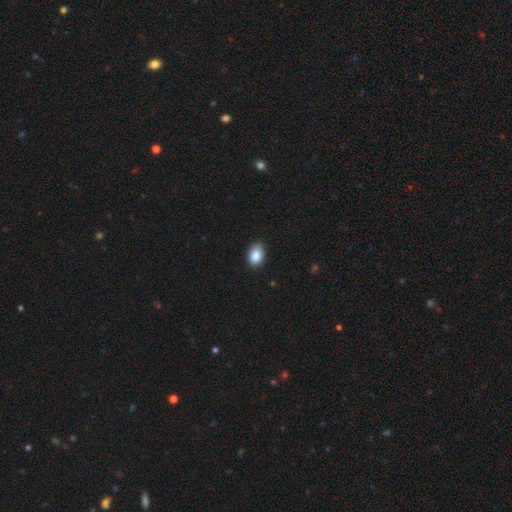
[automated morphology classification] smooth 87%, star or artifact 8%, featured or disk 5%. Down the decision tree: how rounded — in between (81%); merging — none (86%).